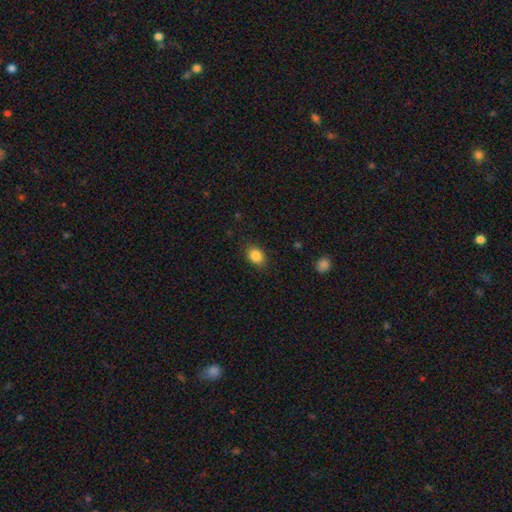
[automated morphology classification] The model was most divided on "how rounded": in between: 64%, round: 35%, cigar-shaped: 1%. More confident: smooth or featured — smooth (85%); merging — none (85%).